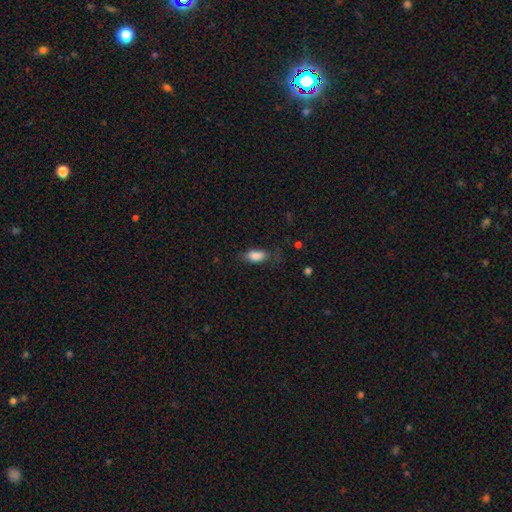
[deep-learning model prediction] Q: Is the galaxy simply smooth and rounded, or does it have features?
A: smooth — 86%.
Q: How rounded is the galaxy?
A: in between — 88%.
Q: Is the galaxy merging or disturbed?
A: none — 65%.